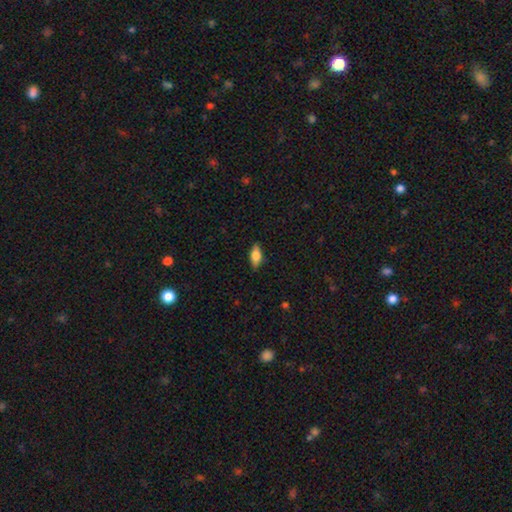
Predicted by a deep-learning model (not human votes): This is likely a smooth galaxy (70%). How rounded: clearly in between (81%). Merging: clearly none (87%).